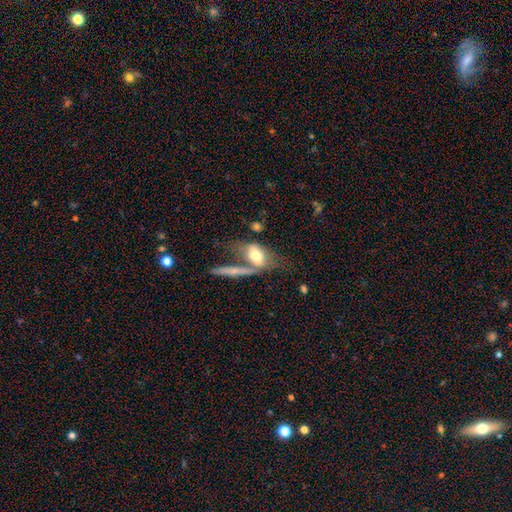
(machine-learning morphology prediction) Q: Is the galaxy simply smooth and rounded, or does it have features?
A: smooth — 58%.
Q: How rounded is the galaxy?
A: in between — 79%.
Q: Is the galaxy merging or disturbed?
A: merger — 41%.